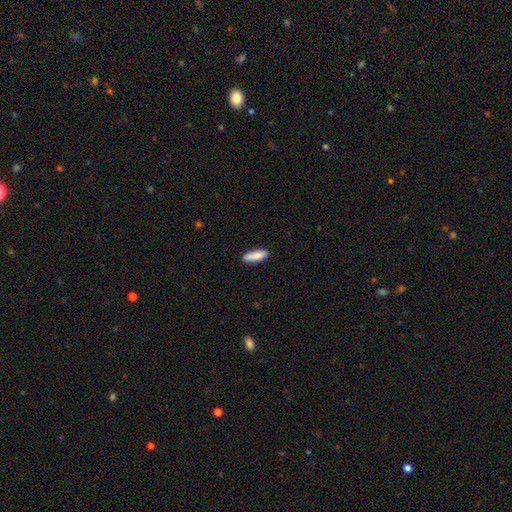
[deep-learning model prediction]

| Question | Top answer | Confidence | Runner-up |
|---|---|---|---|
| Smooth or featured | smooth | 87% | featured or disk (7%) |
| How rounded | in between | 55% | cigar-shaped (43%) |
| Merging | none | 86% | minor disturbance (11%) |